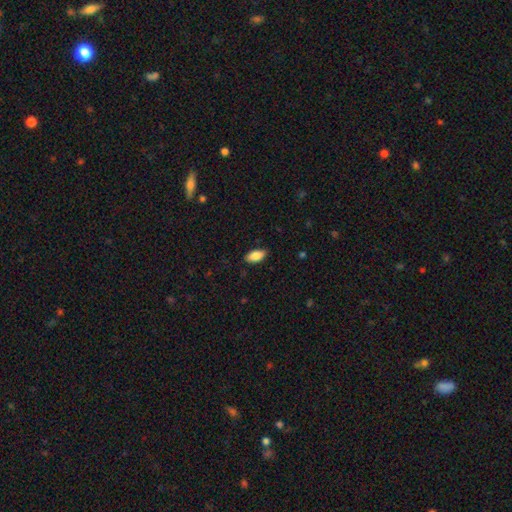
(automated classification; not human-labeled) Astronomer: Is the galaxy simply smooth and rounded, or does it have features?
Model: smooth — 87%.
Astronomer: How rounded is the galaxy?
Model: in between — 92%.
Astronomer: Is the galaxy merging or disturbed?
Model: none — 86%.